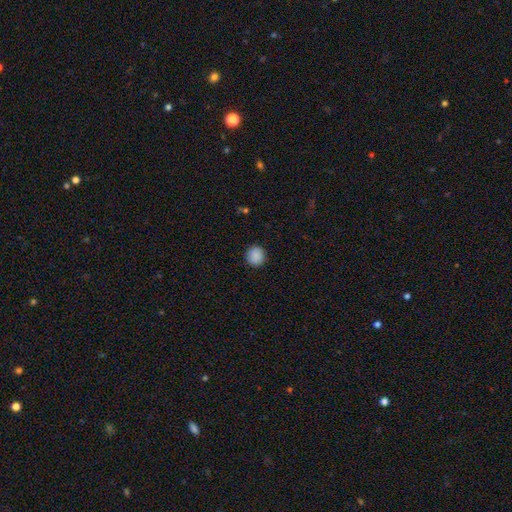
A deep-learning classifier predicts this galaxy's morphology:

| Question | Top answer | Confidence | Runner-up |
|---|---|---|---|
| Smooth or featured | smooth | 89% | star or artifact (8%) |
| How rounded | round | 91% | in between (8%) |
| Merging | none | 91% | minor disturbance (6%) |